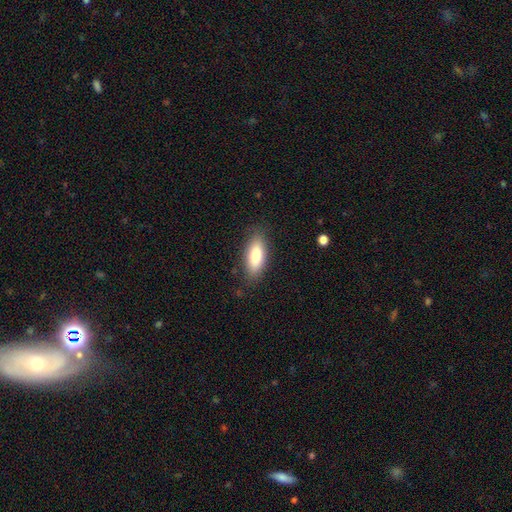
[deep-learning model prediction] A smooth galaxy with no disk features (81%) that is in between round and cigar-shaped (78%). Merging: none (83%).